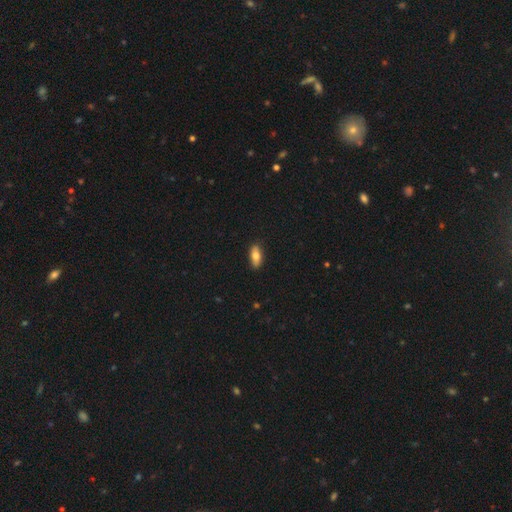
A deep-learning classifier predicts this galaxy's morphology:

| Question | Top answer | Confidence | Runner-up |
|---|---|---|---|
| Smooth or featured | smooth | 78% | featured or disk (16%) |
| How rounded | in between | 82% | cigar-shaped (15%) |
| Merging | none | 87% | minor disturbance (10%) |